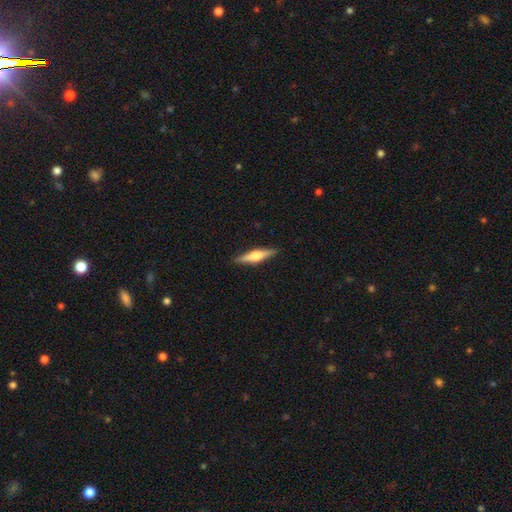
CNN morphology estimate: smooth_or_featured: featured or disk (p=0.63) [alt: smooth p=0.32]
disk_edge_on: yes (p=0.97) [alt: no p=0.03]
edge_on_bulge: rounded (p=0.89) [alt: boxy p=0.08]
merging: none (p=0.90) [alt: minor disturbance p=0.07]